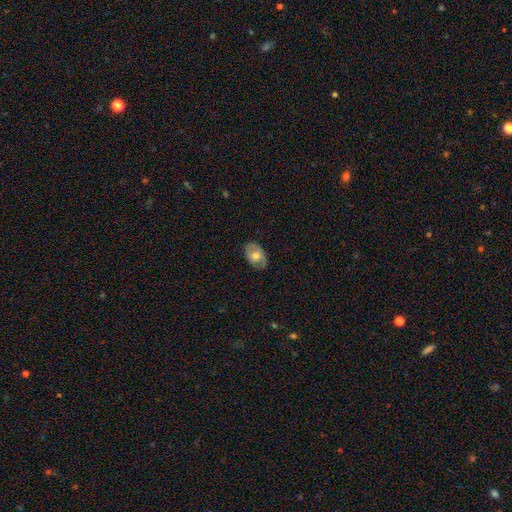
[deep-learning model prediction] The model was most divided on "smooth or featured": smooth: 53%, featured or disk: 40%, star or artifact: 7%. More confident: how rounded — in between (80%); merging — none (76%).